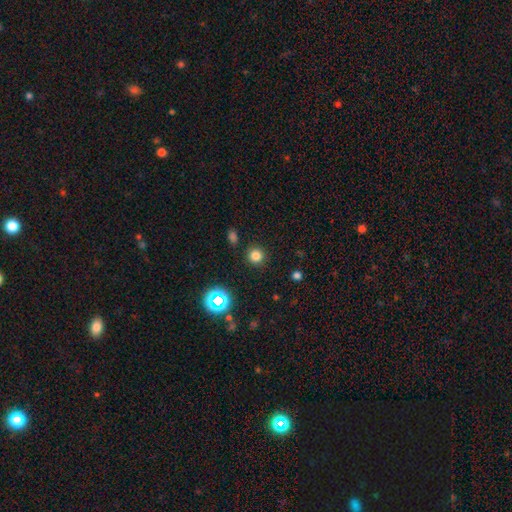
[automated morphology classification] A smooth galaxy with no disk features (77%) that is round (93%).

Vote fractions:
- Smooth or featured? smooth: 77% / star or artifact: 18% / featured or disk: 5%
- How rounded? round: 93% / in between: 6% / cigar-shaped: 1%
- Merging? none: 90% / minor disturbance: 6% / major disturbance: 2% / merger: 2%